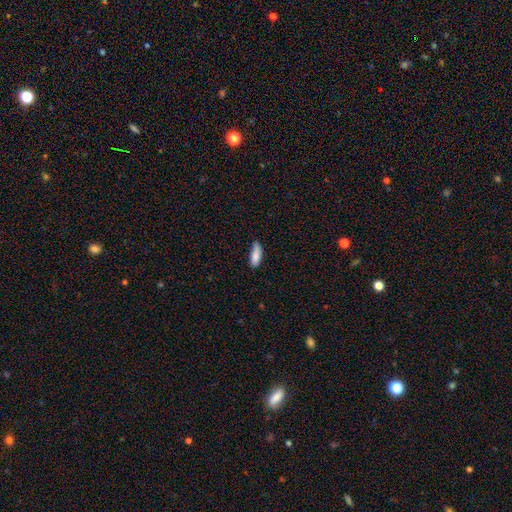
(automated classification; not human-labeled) Smooth or featured? smooth (84%)
How rounded? in between (67%)
Merging? none (65%)